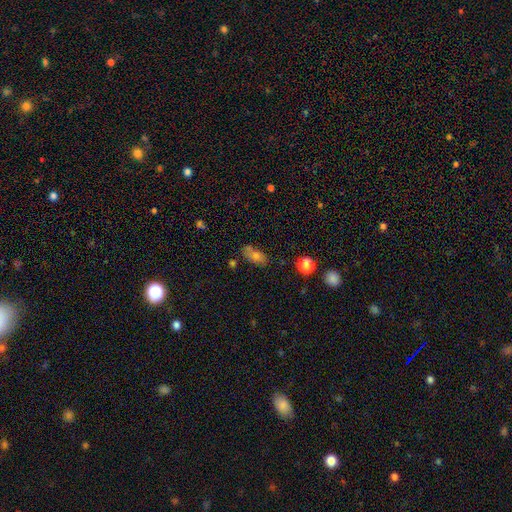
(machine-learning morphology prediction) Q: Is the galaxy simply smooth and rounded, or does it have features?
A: smooth — 68%.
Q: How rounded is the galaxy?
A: in between — 83%.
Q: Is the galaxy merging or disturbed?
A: none — 66%.